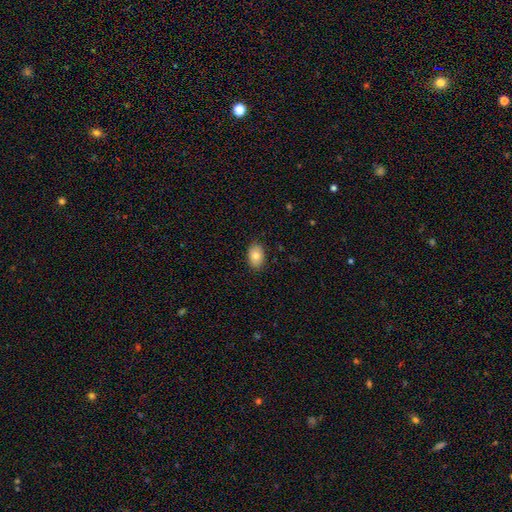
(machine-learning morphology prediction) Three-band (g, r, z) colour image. It shows a smooth galaxy with no disk features (81%) that is in between round and cigar-shaped (83%). Merging: none (88%).